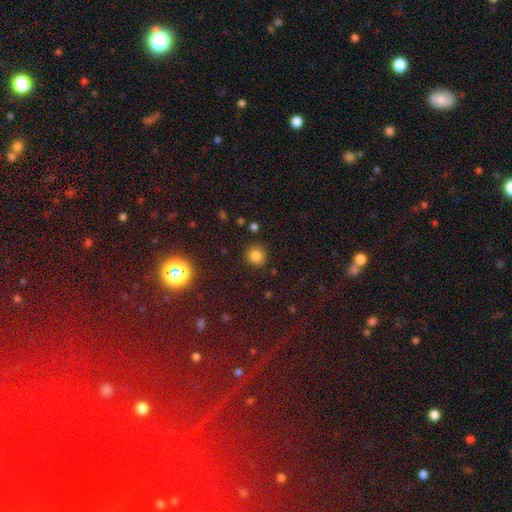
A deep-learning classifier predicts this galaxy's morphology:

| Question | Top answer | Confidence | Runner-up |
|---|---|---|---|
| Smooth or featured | smooth | 80% | star or artifact (15%) |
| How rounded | round | 90% | in between (9%) |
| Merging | none | 87% | minor disturbance (8%) |